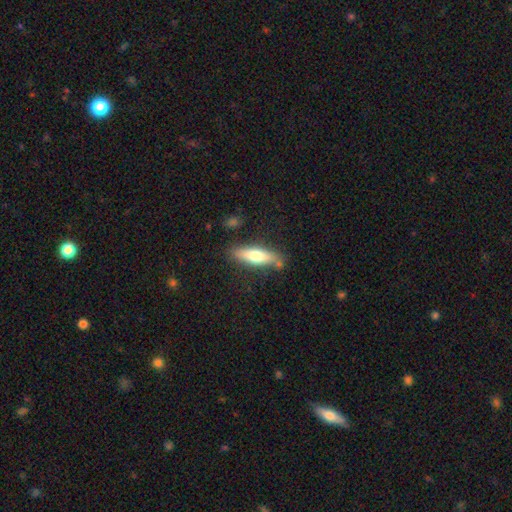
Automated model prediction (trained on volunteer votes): smooth-or-featured: smooth: 62% | featured or disk: 32% | star or artifact: 6%
  how-rounded: cigar-shaped: 63% | in between: 35% | round: 2%
  merging: none: 77% | minor disturbance: 15% | merger: 5% | major disturbance: 4%